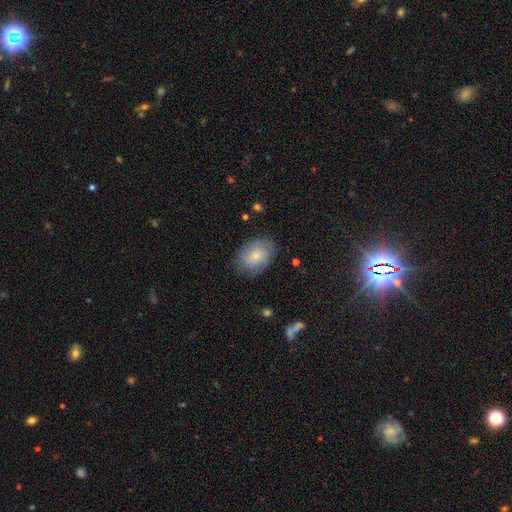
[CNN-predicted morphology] Smooth or featured?
  - smooth: 67% *
  - featured or disk: 26%
  - star or artifact: 8%
How rounded?
  - in between: 70% *
  - round: 29%
  - cigar-shaped: 1%
Merging?
  - none: 78% *
  - minor disturbance: 16%
  - major disturbance: 5%
  - merger: 1%